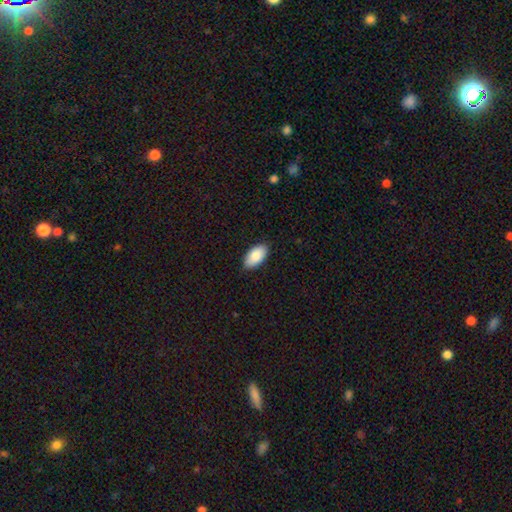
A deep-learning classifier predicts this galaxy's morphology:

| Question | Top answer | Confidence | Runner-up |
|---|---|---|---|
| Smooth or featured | smooth | 87% | featured or disk (7%) |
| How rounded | in between | 95% | round (3%) |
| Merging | none | 84% | minor disturbance (13%) |